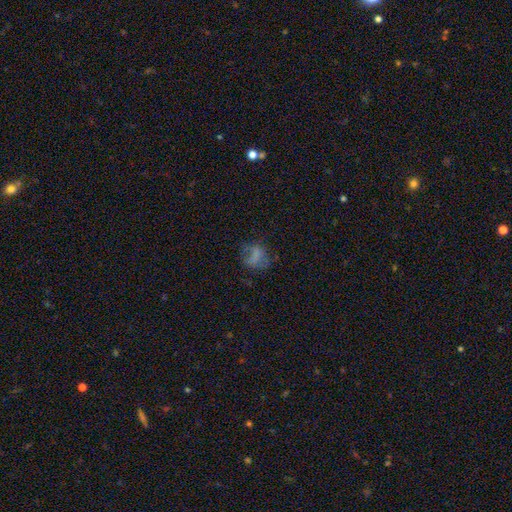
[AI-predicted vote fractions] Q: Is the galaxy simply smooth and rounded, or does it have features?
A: smooth — 57%.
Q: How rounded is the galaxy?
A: in between — 52%.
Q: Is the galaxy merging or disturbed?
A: none — 44%.